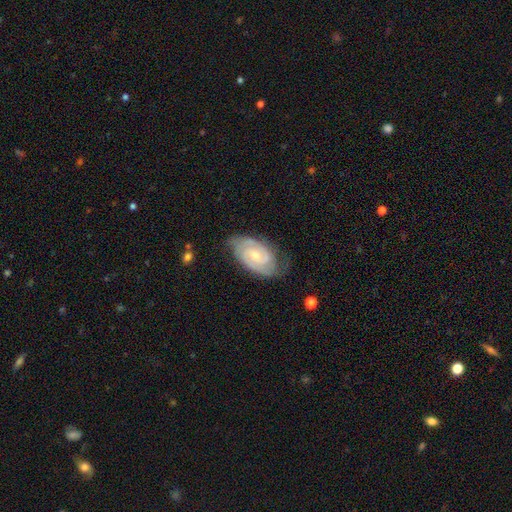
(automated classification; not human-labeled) smooth-or-featured: featured or disk: 87% | smooth: 8% | star or artifact: 5%
  disk-edge-on: no: 97% | yes: 3%
    bar: no: 48% | weak: 44% | strong: 9%
    has-spiral-arms: yes: 97% | no: 3%
      spiral-winding: tight: 64% | medium: 30% | loose: 5%
      spiral-arm-count: 2: 77% | can't tell: 9% | 3: 9% | 4: 2% | 1: 2% | more than 4: 2%
    bulge-size: small: 60% | moderate: 34% | none: 4% | large: 1% | dominant: 1%
  merging: none: 73% | minor disturbance: 20% | major disturbance: 5% | merger: 1%